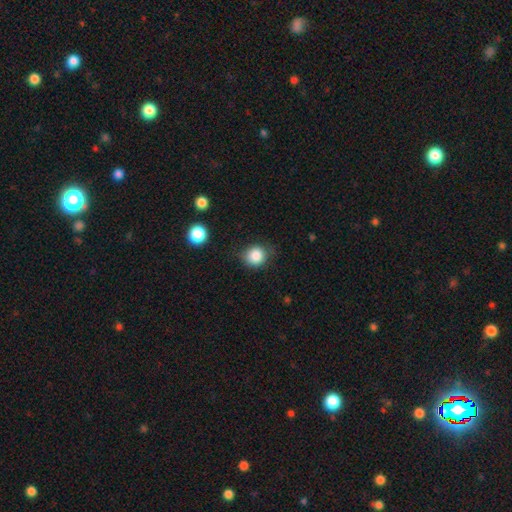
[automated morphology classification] type=smooth (85%); roundness=round (83%); merging=none (77%).